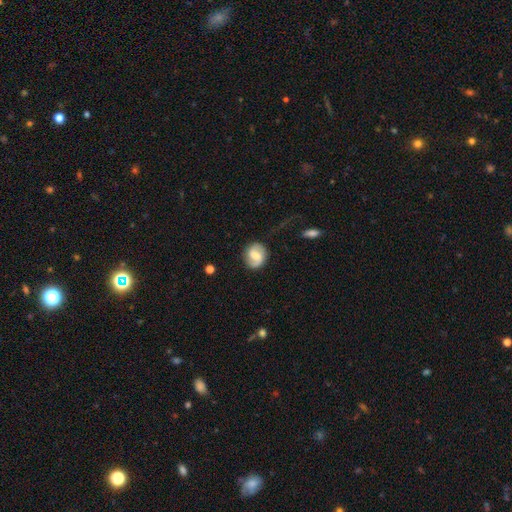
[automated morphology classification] Smooth or featured: featured or disk — 61% (smooth — 32%)
Edge-on disk: no — 97% (yes — 3%)
Bar: weak — 50% (no — 32%)
Spiral arms: yes — 88% (no — 12%)
Spiral winding: medium — 42% (loose — 38%)
Spiral arm count: 2 — 87% (can't tell — 6%)
Bulge size: moderate — 64% (small — 24%)
Merging: none — 82% (minor disturbance — 12%)